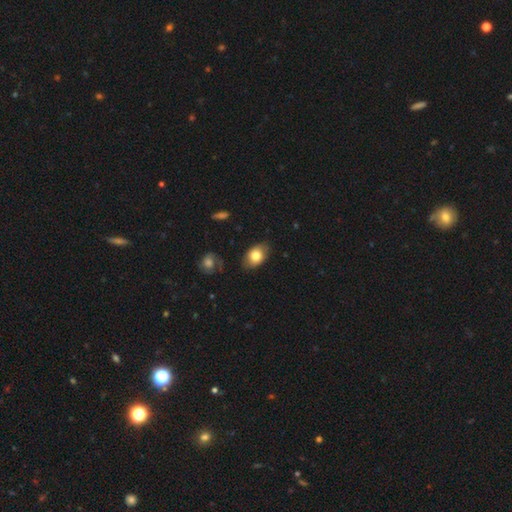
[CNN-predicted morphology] Q: Smooth or featured?
A: smooth (79%); runner-up: featured or disk (13%)
Q: How rounded?
A: in between (85%); runner-up: round (14%)
Q: Merging?
A: none (81%); runner-up: minor disturbance (14%)